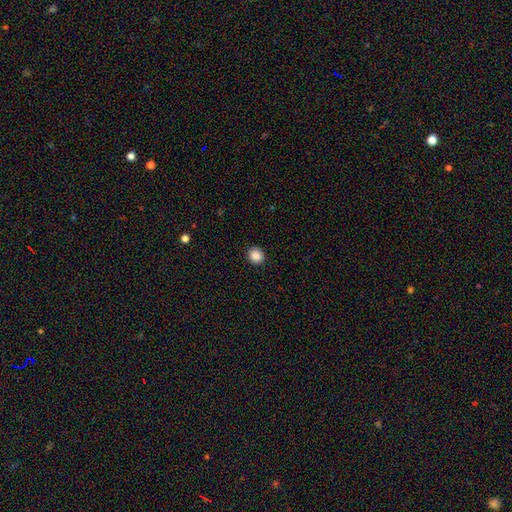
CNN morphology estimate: Smooth or featured: smooth — 88% (star or artifact — 10%)
How rounded: round — 87% (in between — 12%)
Merging: none — 92% (minor disturbance — 5%)